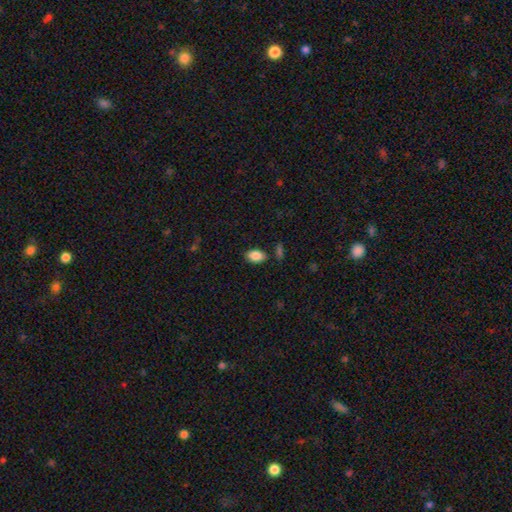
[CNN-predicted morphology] Smooth or featured? smooth (87%)
How rounded? in between (91%)
Merging? none (81%)